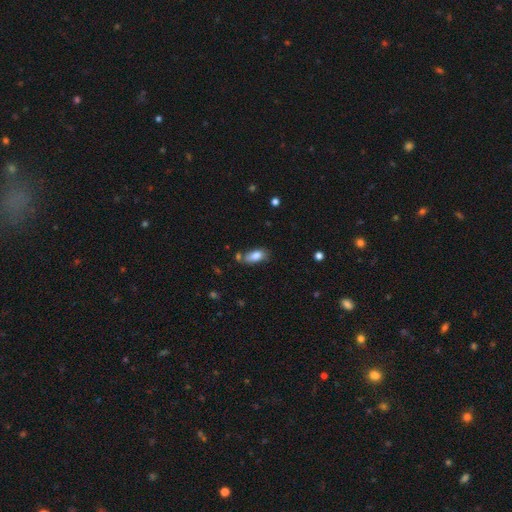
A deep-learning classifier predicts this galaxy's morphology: smooth_or_featured: smooth (p=0.83) [alt: featured or disk p=0.10]
how_rounded: in between (p=0.89) [alt: cigar-shaped p=0.08]
merging: none (p=0.63) [alt: minor disturbance p=0.22]